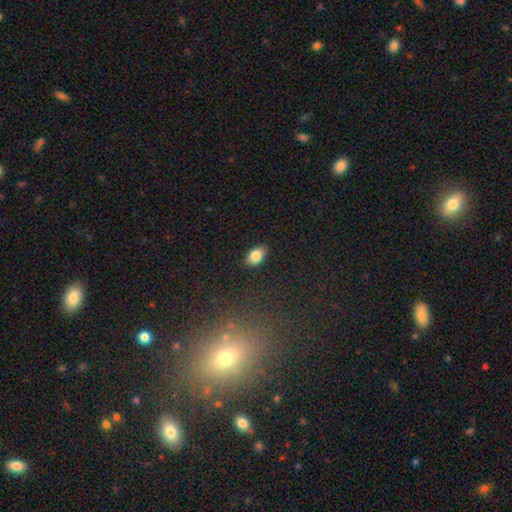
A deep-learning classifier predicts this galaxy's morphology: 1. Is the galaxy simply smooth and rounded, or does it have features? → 84% smooth, 8% star or artifact, 7% featured or disk.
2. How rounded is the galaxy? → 89% in between, 9% round, 2% cigar-shaped.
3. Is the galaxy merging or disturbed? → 88% none, 9% minor disturbance, 2% major disturbance, 1% merger.